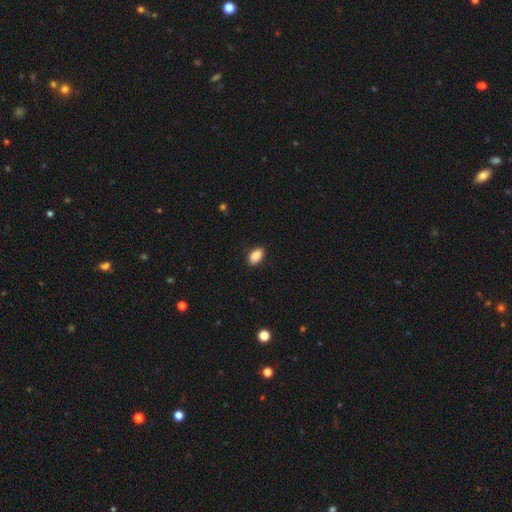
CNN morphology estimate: Overall: smooth (90%). How rounded: in between (92%). Merging: none (86%).